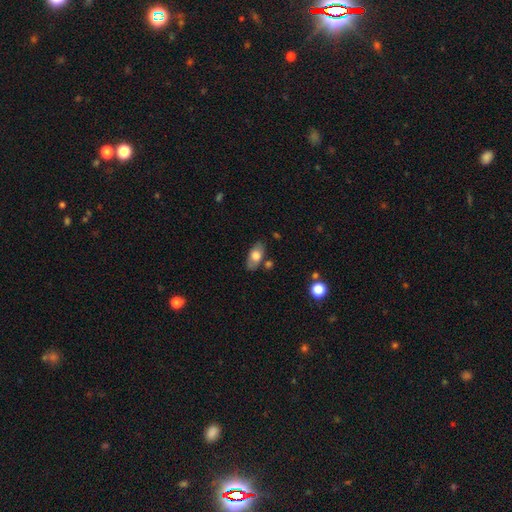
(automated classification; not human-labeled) Overall: smooth (70%). How rounded: in between (91%). Merging: none (76%).